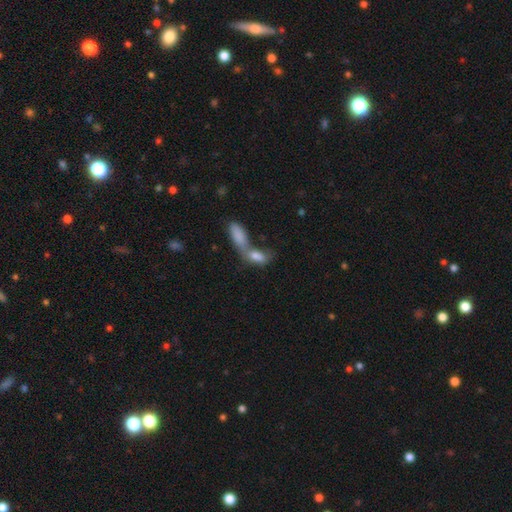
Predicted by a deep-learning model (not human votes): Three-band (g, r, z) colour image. It shows a smooth galaxy with no disk features (75%) that is in between round and cigar-shaped (78%). Merging: merger (68%).